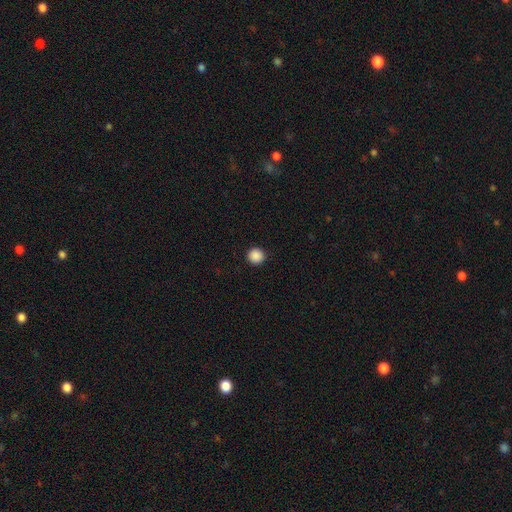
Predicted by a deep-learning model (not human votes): A smooth galaxy with no disk features (89%) that is round (96%).

Vote fractions:
- Smooth or featured? smooth: 89% / star or artifact: 9% / featured or disk: 2%
- How rounded? round: 96% / in between: 3% / cigar-shaped: 1%
- Merging? none: 94% / minor disturbance: 4% / major disturbance: 1% / merger: 1%